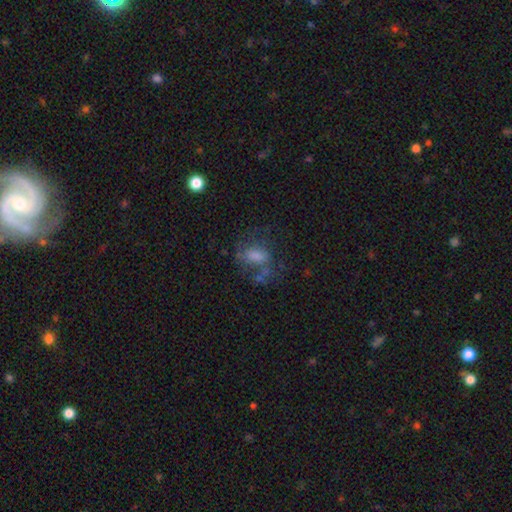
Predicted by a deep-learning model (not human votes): Smooth or featured: smooth — 51% (featured or disk — 32%)
How rounded: in between — 76% (round — 17%)
Merging: none — 43% (major disturbance — 25%)